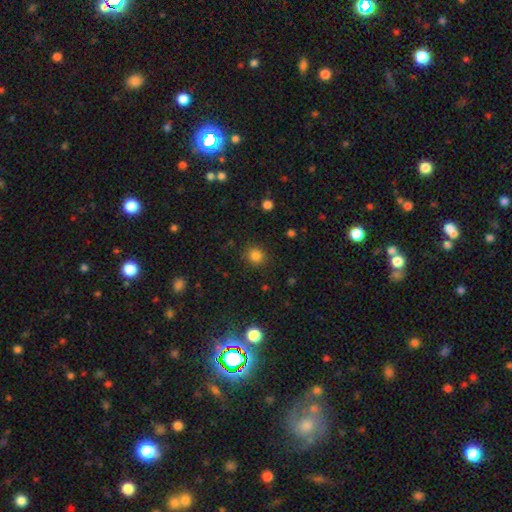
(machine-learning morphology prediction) smooth_or_featured: smooth (p=0.82) [alt: star or artifact p=0.14]
how_rounded: round (p=0.87) [alt: in between p=0.12]
merging: none (p=0.88) [alt: minor disturbance p=0.08]